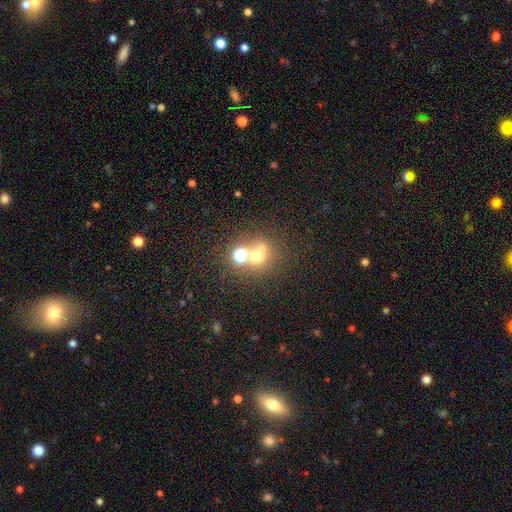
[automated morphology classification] smooth_or_featured: smooth (p=0.57) [alt: star or artifact p=0.25]
how_rounded: round (p=0.83) [alt: in between p=0.16]
merging: none (p=0.47) [alt: merger p=0.42]